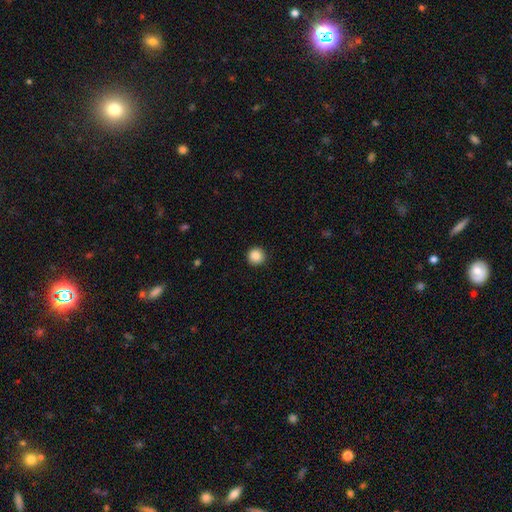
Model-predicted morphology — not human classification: This is clearly a smooth galaxy (88%). How rounded: clearly round (95%). Merging: clearly none (93%).